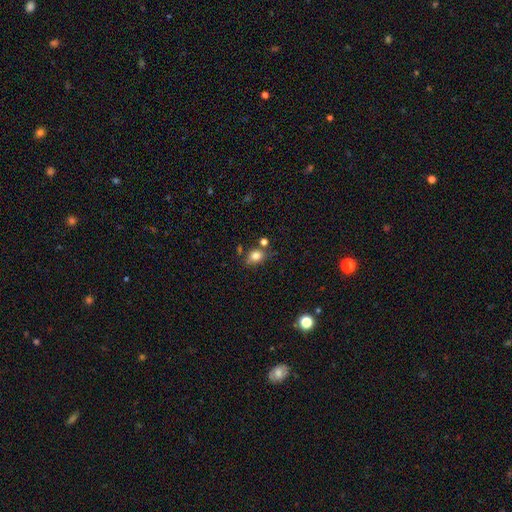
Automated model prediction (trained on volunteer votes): Smooth or featured?
  - smooth: 80% *
  - star or artifact: 11%
  - featured or disk: 8%
How rounded?
  - in between: 56% *
  - round: 43%
  - cigar-shaped: 1%
Merging?
  - none: 65% *
  - minor disturbance: 19%
  - merger: 10%
  - major disturbance: 5%